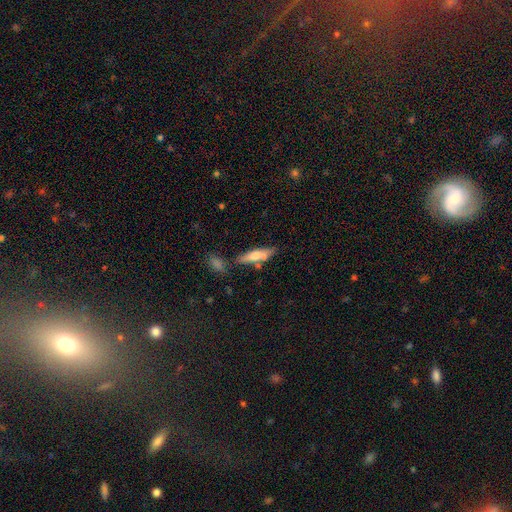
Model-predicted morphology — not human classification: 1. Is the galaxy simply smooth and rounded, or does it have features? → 59% smooth, 35% featured or disk, 6% star or artifact.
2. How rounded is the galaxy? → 67% cigar-shaped, 31% in between, 2% round.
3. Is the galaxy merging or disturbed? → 66% none, 16% minor disturbance, 14% merger, 4% major disturbance.